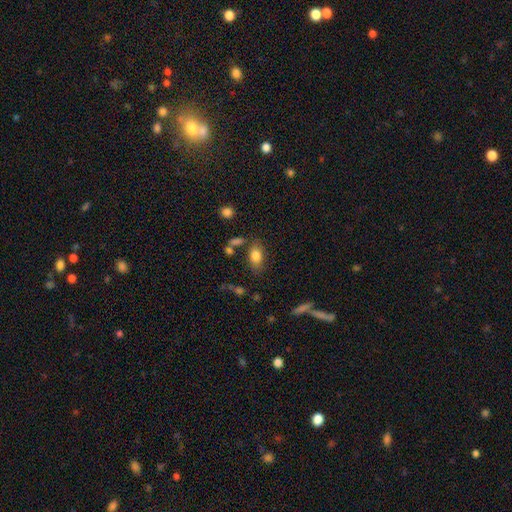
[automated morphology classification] Smooth or featured?
  - smooth: 82% *
  - featured or disk: 9%
  - star or artifact: 9%
How rounded?
  - in between: 88% *
  - round: 9%
  - cigar-shaped: 3%
Merging?
  - none: 73% *
  - minor disturbance: 16%
  - merger: 6%
  - major disturbance: 5%